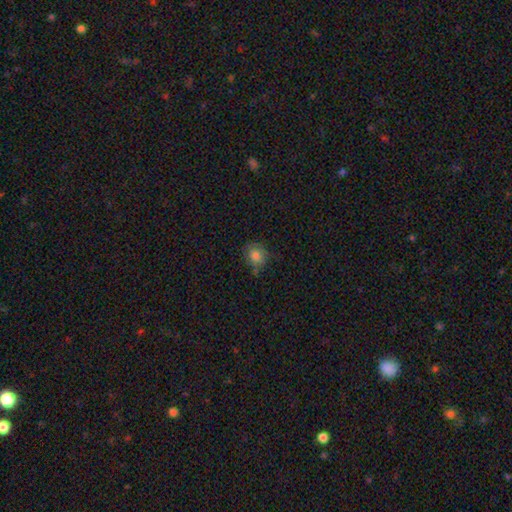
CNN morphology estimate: type=smooth (82%); roundness=round (73%); merging=none (67%).